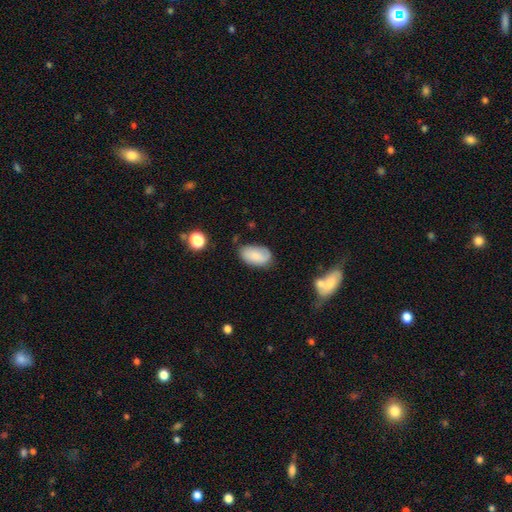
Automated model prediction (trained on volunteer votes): Smooth or featured?
  - smooth: 76% *
  - featured or disk: 17%
  - star or artifact: 7%
How rounded?
  - in between: 93% *
  - round: 5%
  - cigar-shaped: 2%
Merging?
  - none: 66% *
  - minor disturbance: 25%
  - major disturbance: 6%
  - merger: 3%